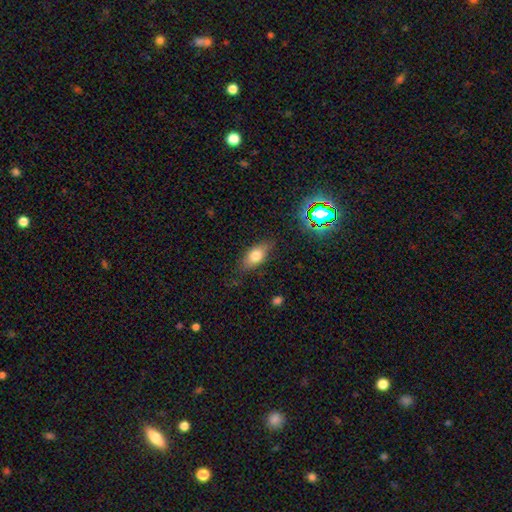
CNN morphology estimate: Overall: smooth (74%). How rounded: in between (84%). Merging: none (76%).